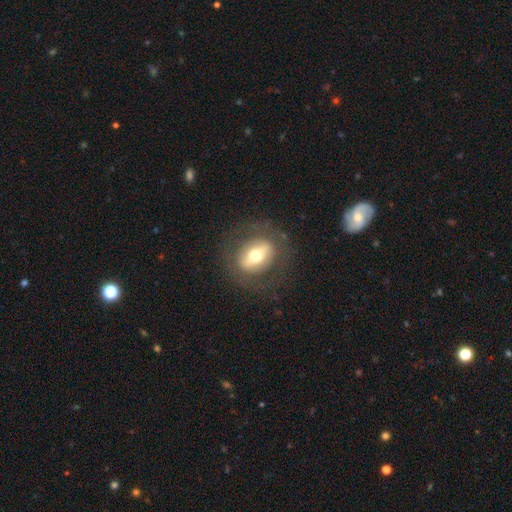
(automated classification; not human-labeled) Q: Smooth or featured?
A: smooth (47%); runner-up: featured or disk (44%)
Q: Merging?
A: none (80%); runner-up: minor disturbance (11%)